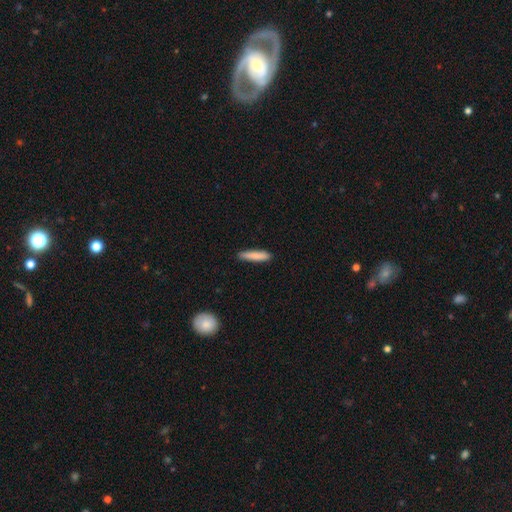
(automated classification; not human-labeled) Smooth or featured? smooth (85%)
How rounded? cigar-shaped (88%)
Merging? none (89%)